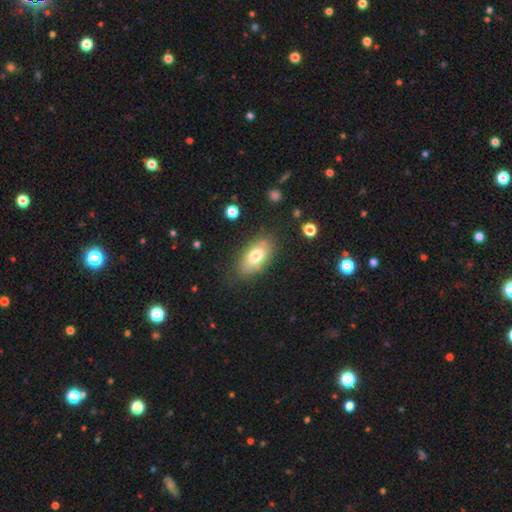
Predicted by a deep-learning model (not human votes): The model was most divided on "smooth or featured": smooth: 71%, featured or disk: 21%, star or artifact: 8%. More confident: how rounded — in between (89%); merging — none (78%).